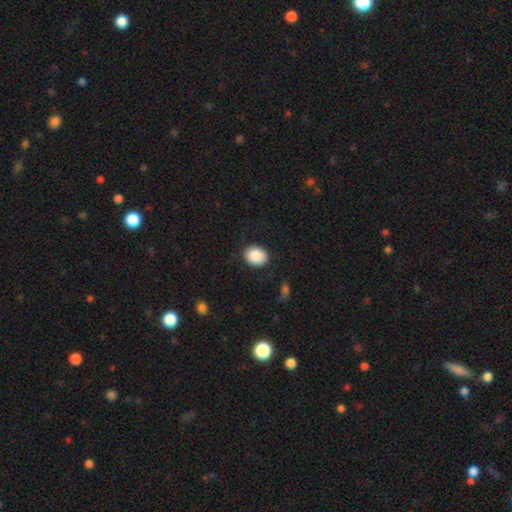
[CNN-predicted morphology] smooth 89%, star or artifact 7%, featured or disk 4%. Down the decision tree: how rounded — in between (50%); merging — none (86%).